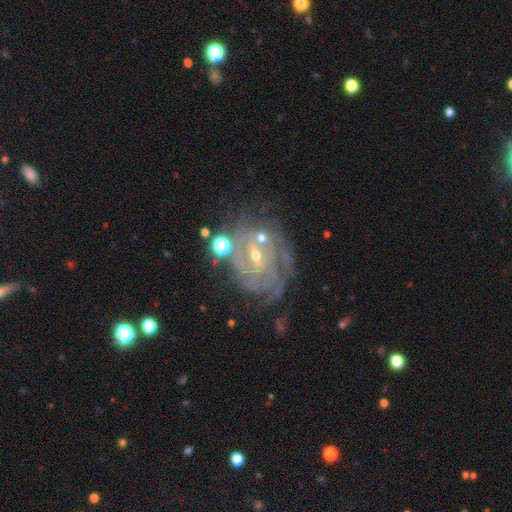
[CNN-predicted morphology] Overall: featured or disk (84%). Edge-on disk: no (97%). Bar: weak (48%; no 31%). Spiral arms: yes (92%). Spiral arm count: can't tell (40%; 4 17%). Spiral winding: tight (67%). Bulge size: small (69%). Merging: none (57%; minor disturbance 20%).